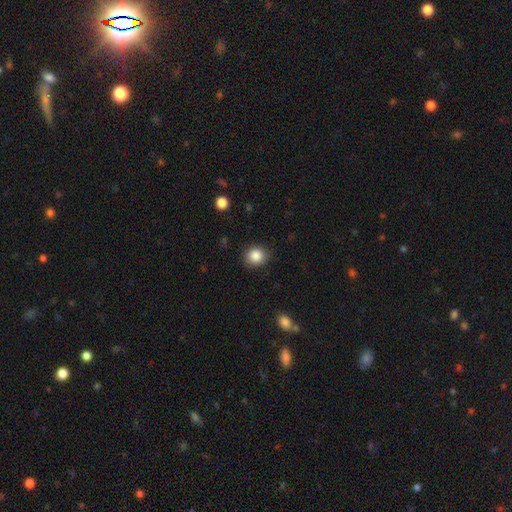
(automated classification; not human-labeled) This is clearly a smooth galaxy (86%). How rounded: clearly round (80%). Merging: clearly none (86%).